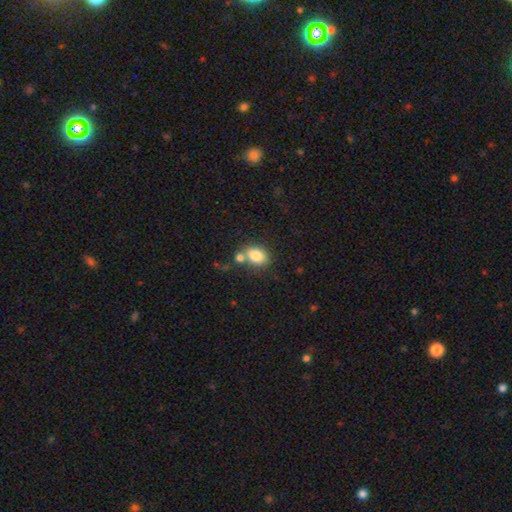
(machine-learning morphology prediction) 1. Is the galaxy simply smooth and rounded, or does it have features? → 83% smooth, 9% star or artifact, 8% featured or disk.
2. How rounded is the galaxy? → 73% in between, 26% round, 1% cigar-shaped.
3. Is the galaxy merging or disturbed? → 59% none, 25% merger, 13% minor disturbance, 4% major disturbance.